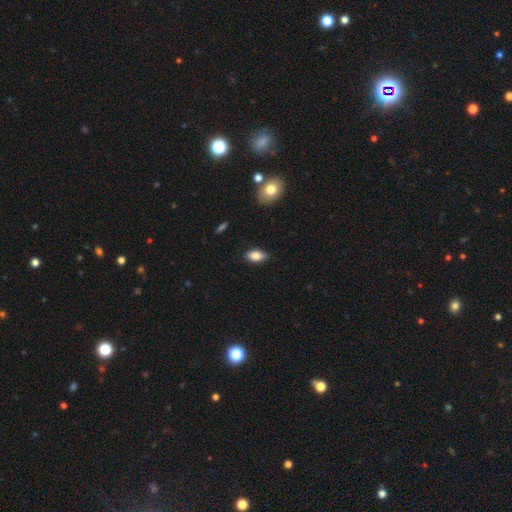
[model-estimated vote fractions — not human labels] smooth-or-featured: smooth: 83% | featured or disk: 9% | star or artifact: 8%
  how-rounded: in between: 90% | round: 5% | cigar-shaped: 5%
  merging: none: 84% | minor disturbance: 13% | major disturbance: 2% | merger: 1%